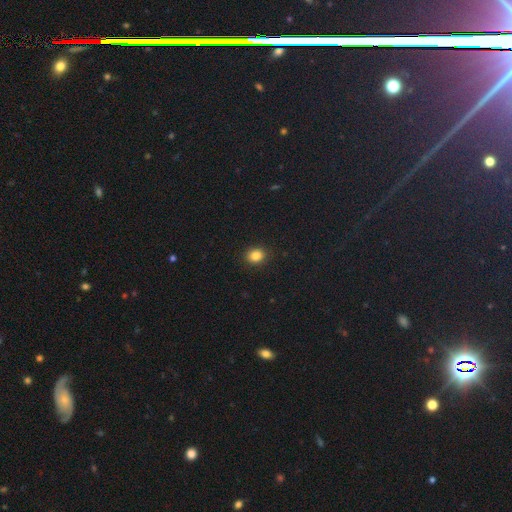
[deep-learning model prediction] Q: Smooth or featured?
A: smooth (84%); runner-up: star or artifact (11%)
Q: How rounded?
A: round (63%); runner-up: in between (36%)
Q: Merging?
A: none (91%); runner-up: minor disturbance (6%)